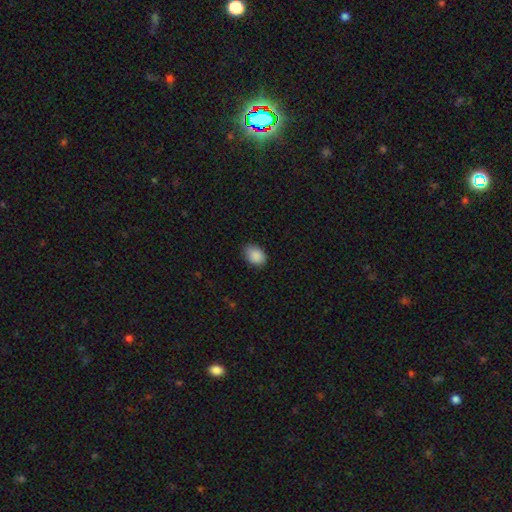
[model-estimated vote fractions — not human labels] smooth_or_featured: smooth (p=0.89) [alt: star or artifact p=0.07]
how_rounded: in between (p=0.79) [alt: round p=0.20]
merging: none (p=0.81) [alt: minor disturbance p=0.16]